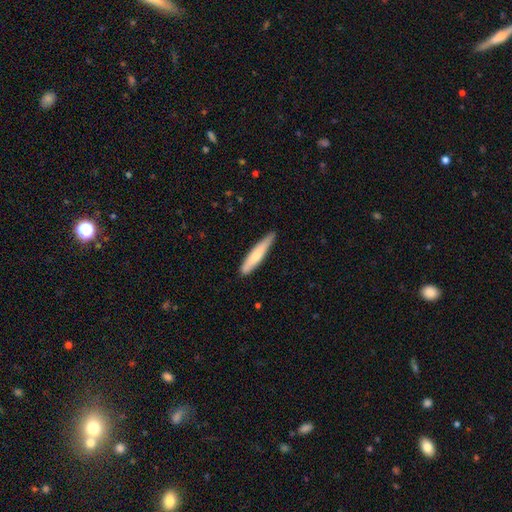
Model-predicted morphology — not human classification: A smooth galaxy with no disk features (69%) that is cigar-shaped (91%).

Vote fractions:
- Smooth or featured? smooth: 69% / featured or disk: 26% / star or artifact: 5%
- How rounded? cigar-shaped: 91% / in between: 8% / round: 1%
- Merging? none: 78% / minor disturbance: 18% / major disturbance: 2% / merger: 1%